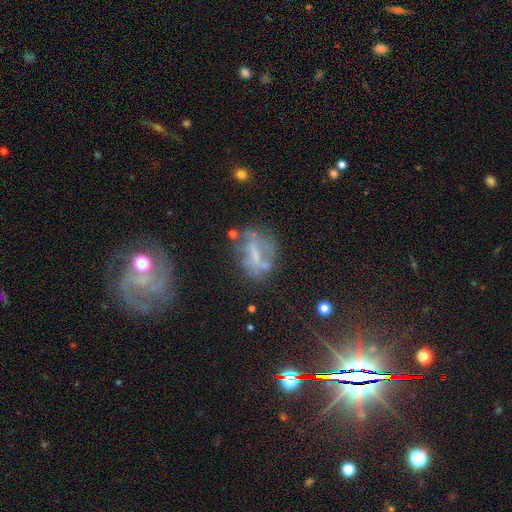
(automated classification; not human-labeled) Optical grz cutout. It shows a featured or disk galaxy (53%). Merging: none (45%).